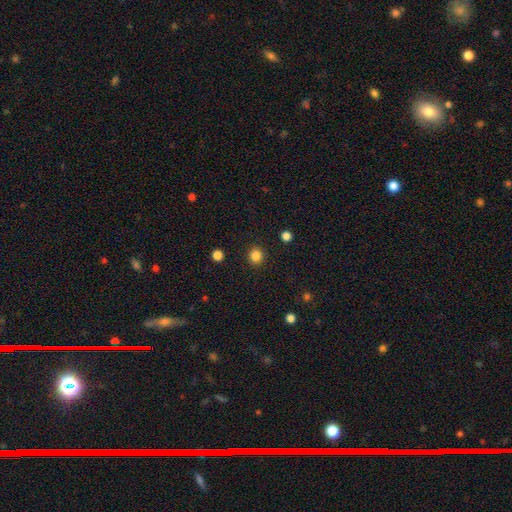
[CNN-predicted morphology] This is clearly a smooth galaxy (84%). How rounded: clearly round (88%). Merging: clearly none (91%).